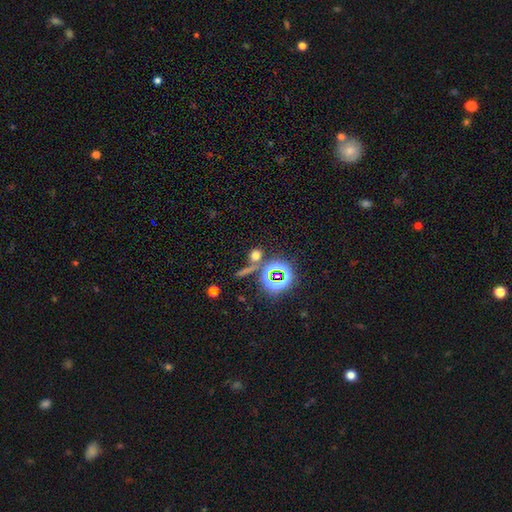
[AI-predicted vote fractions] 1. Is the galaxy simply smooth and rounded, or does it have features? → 51% smooth, 39% star or artifact, 10% featured or disk.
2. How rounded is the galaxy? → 75% round, 18% in between, 8% cigar-shaped.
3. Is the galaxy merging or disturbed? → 72% none, 15% merger, 8% minor disturbance, 5% major disturbance.